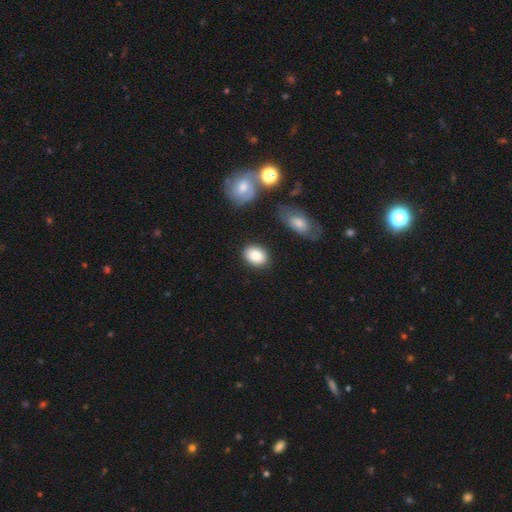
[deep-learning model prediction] Morphology: type=smooth (86%); roundness=in between (72%); merging=none (82%).